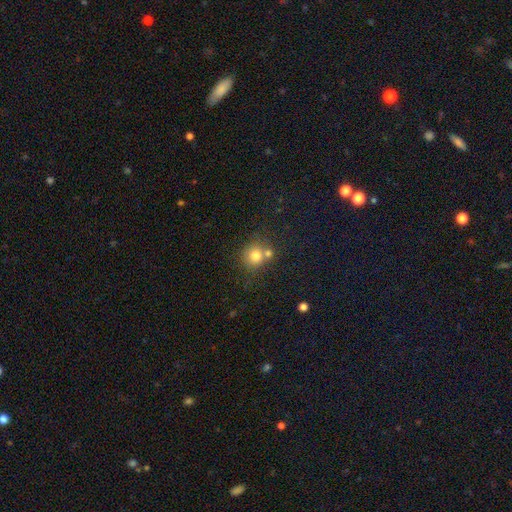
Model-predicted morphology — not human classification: type=smooth (78%); roundness=round (86%); merging=none (54%).